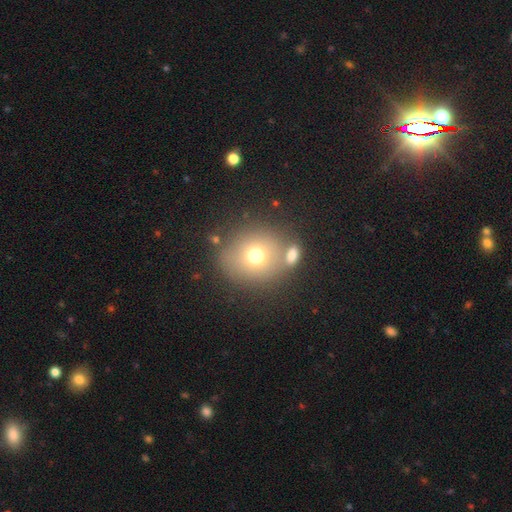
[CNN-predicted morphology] Overall: smooth (71%). How rounded: round (81%). Merging: none (64%).